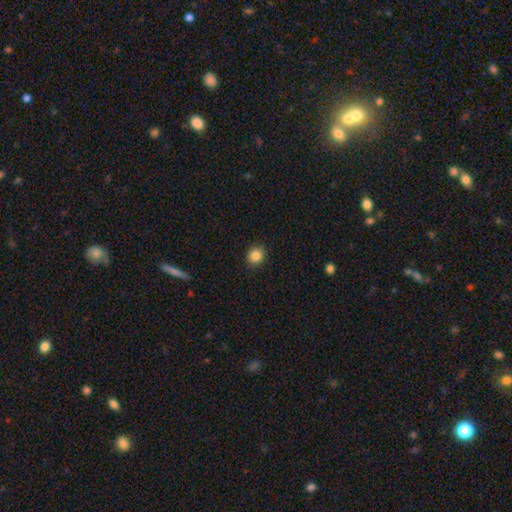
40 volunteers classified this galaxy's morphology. smooth-or-featured: smooth: 82% | star or artifact: 12% | featured or disk: 5%
  how-rounded: round: 94% | in between: 6% | cigar-shaped: 0%
  merging: none: 83% | minor disturbance: 11% | major disturbance: 3% | merger: 3%